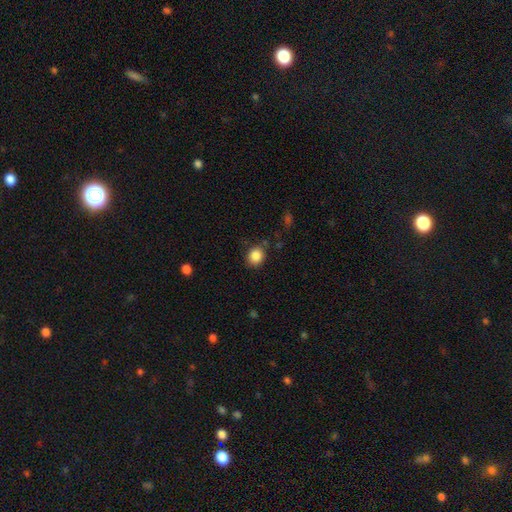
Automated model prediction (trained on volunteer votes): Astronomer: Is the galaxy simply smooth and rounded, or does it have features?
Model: smooth — 86%.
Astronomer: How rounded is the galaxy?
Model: round — 74%.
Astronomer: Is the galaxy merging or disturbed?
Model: none — 82%.